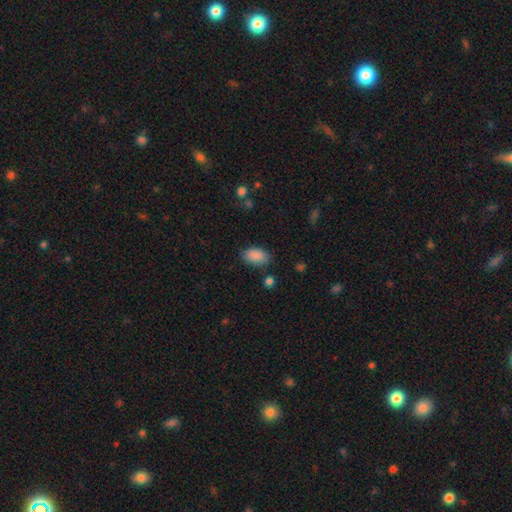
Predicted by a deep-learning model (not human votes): Smooth or featured? Predicted: smooth (p=0.88). How rounded? Predicted: in between (p=0.92). Merging? Predicted: none (p=0.79).